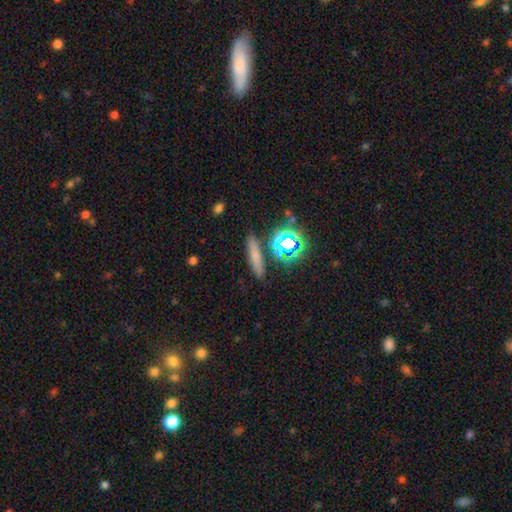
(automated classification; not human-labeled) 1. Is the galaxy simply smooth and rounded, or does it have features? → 66% smooth, 19% star or artifact, 15% featured or disk.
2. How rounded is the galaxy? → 76% cigar-shaped, 16% in between, 8% round.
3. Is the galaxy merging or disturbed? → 85% none, 9% minor disturbance, 4% merger, 3% major disturbance.